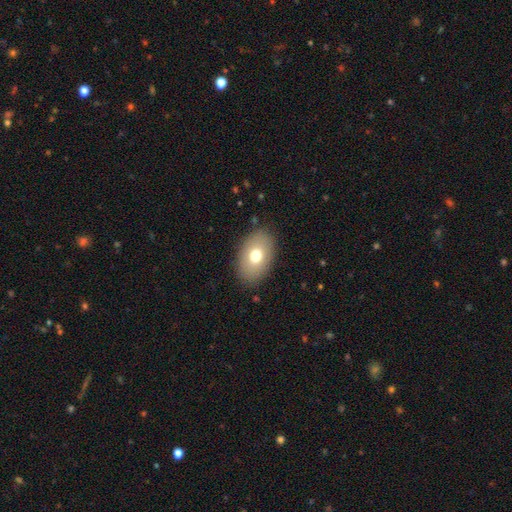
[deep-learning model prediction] Overall: smooth (73%). How rounded: in between (88%). Merging: none (86%).